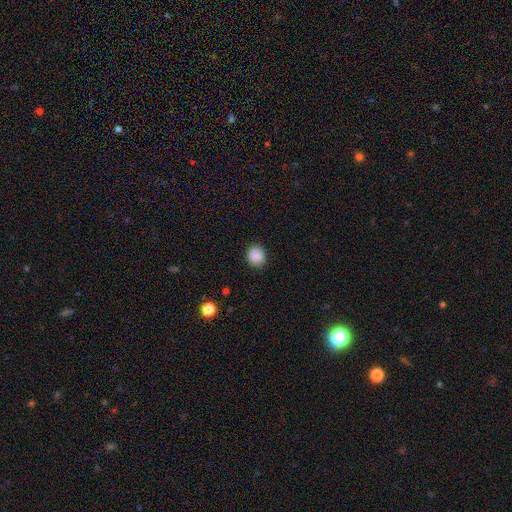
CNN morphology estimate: smooth 88%, star or artifact 9%, featured or disk 3%. Down the decision tree: how rounded — round (73%); merging — none (89%).